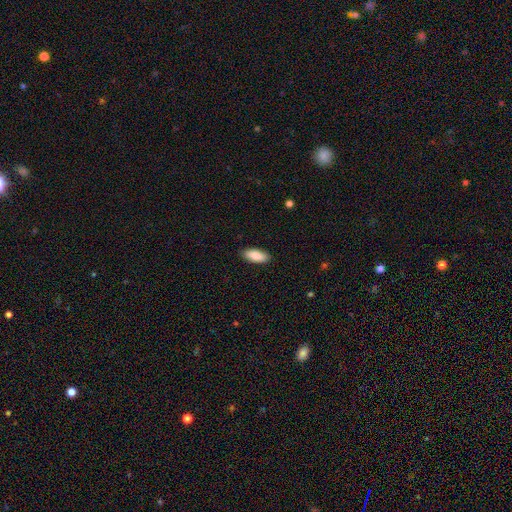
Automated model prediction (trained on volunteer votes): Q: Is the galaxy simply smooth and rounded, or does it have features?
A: smooth — 86%.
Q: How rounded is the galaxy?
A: in between — 83%.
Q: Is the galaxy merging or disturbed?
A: none — 89%.